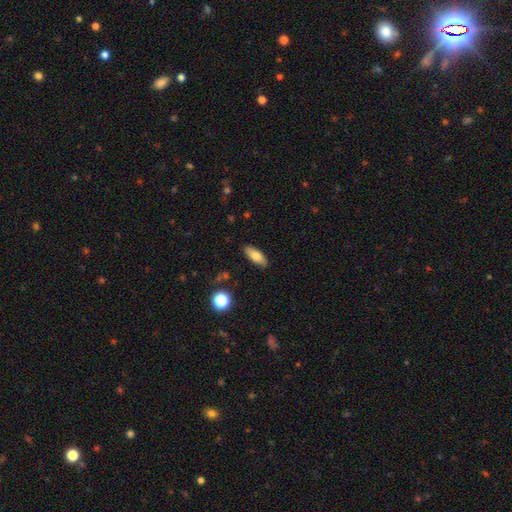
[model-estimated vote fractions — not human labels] This appears to be a smooth galaxy with no disk features (77%) that is in between round and cigar-shaped (76%). Merging: none (87%).